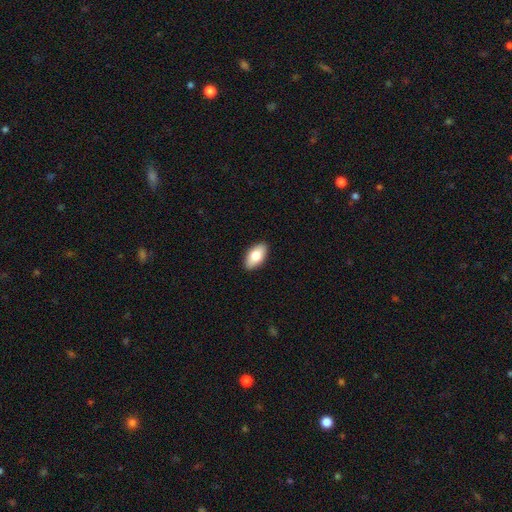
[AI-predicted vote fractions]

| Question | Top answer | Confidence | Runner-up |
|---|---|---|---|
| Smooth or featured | smooth | 78% | featured or disk (16%) |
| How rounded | in between | 93% | cigar-shaped (4%) |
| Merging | none | 90% | minor disturbance (7%) |